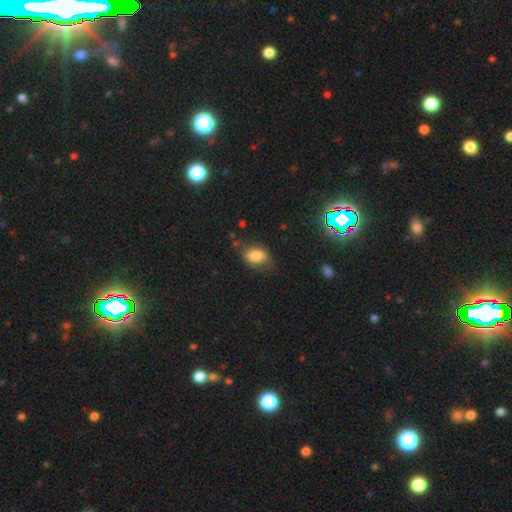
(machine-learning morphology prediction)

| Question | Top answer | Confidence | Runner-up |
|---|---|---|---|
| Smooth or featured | smooth | 81% | star or artifact (10%) |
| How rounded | in between | 83% | round (16%) |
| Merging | none | 63% | minor disturbance (25%) |